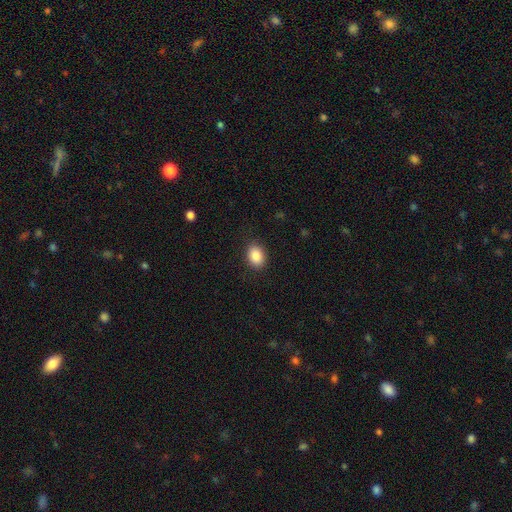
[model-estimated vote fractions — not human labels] A smooth galaxy with no disk features (87%) that is in between round and cigar-shaped (67%). Merging: none (88%).